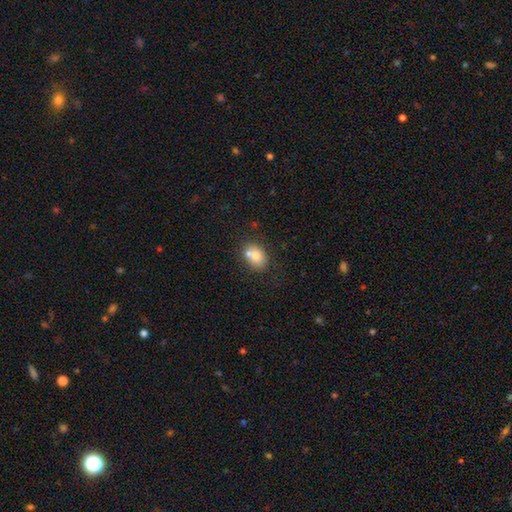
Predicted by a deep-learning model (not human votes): This is likely a smooth galaxy (74%). How rounded: likely in between (66%). Merging: possibly none (51%).